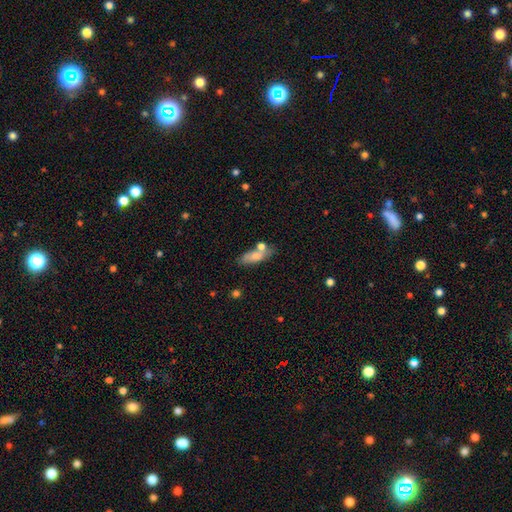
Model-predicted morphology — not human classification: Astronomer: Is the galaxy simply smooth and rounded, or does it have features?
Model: smooth — 73%.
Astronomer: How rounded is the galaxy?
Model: in between — 65%.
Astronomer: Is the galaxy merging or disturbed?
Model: none — 58%.